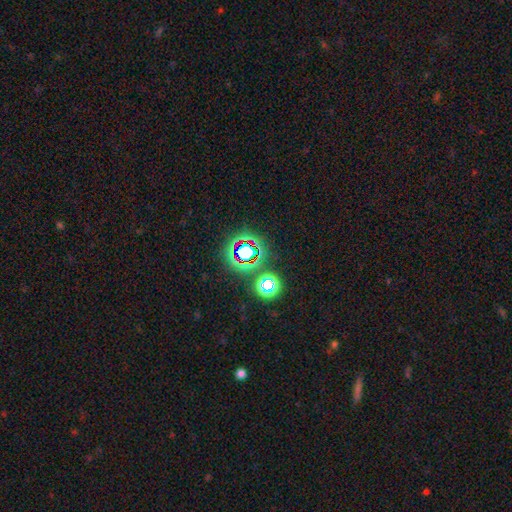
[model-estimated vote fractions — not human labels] Q: Smooth or featured?
A: star or artifact (61%); runner-up: smooth (26%)